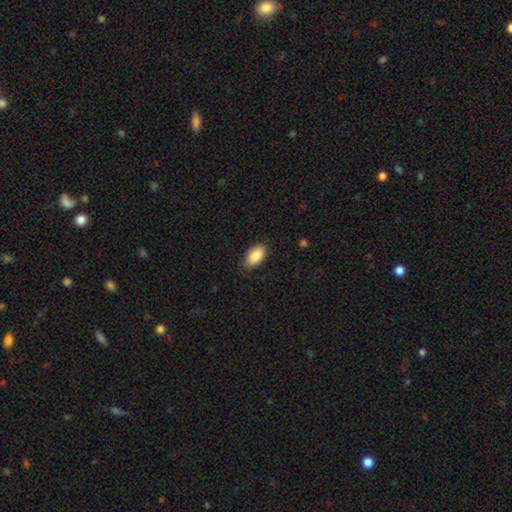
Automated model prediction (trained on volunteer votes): smooth_or_featured: smooth (p=0.88) [alt: star or artifact p=0.06]
how_rounded: in between (p=0.94) [alt: round p=0.03]
merging: none (p=0.82) [alt: minor disturbance p=0.14]